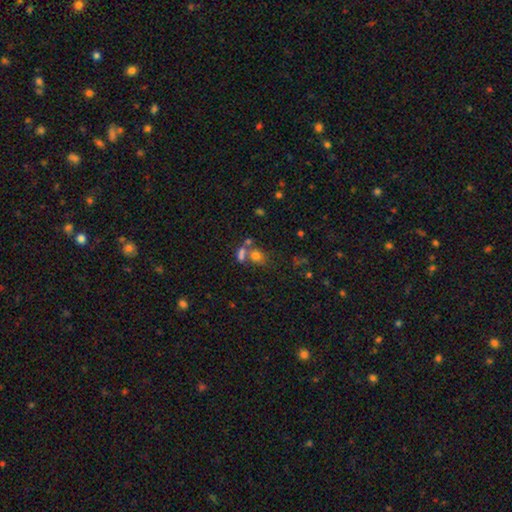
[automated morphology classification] The model was most divided on "merging": none: 43%, merger: 40%, minor disturbance: 10%, major disturbance: 6%. More confident: smooth or featured — smooth (70%); how rounded — round (53%).